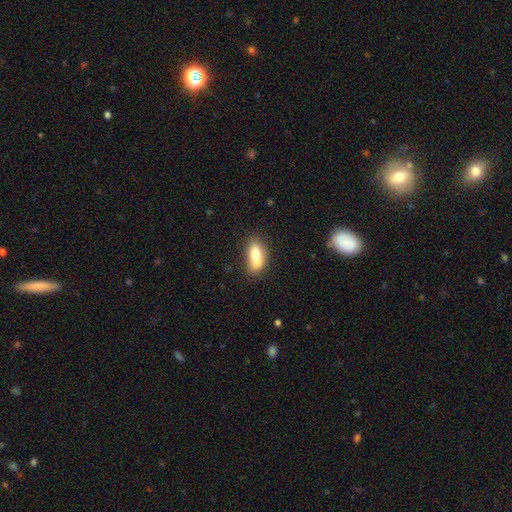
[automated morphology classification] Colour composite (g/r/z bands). It shows a smooth galaxy with no disk features (80%) that is in between round and cigar-shaped (77%). Merging: none (71%).